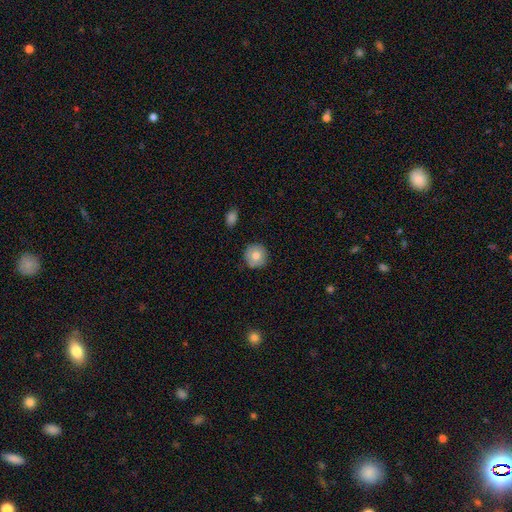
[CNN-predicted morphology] This is likely a smooth galaxy (72%). How rounded: clearly round (92%). Merging: clearly none (83%).